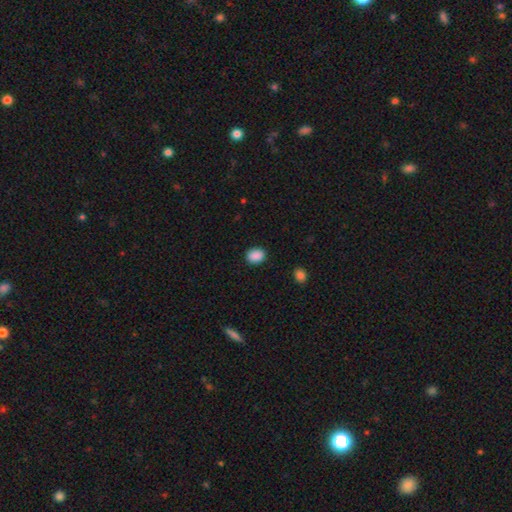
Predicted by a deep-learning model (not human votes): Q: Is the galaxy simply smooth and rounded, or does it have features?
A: smooth — 89%.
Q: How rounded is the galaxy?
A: in between — 60%.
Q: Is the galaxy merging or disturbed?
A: none — 89%.